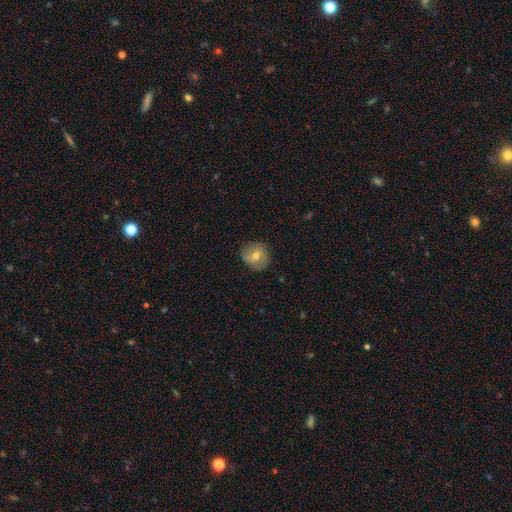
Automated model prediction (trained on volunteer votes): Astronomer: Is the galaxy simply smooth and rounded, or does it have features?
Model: smooth — 59%.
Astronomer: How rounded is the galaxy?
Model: round — 88%.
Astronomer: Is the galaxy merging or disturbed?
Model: none — 80%.